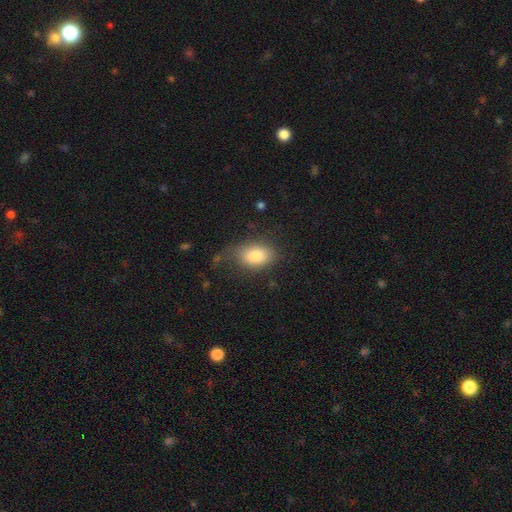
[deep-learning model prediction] The model was most divided on "merging": none: 68%, minor disturbance: 21%, major disturbance: 9%, merger: 2%. More confident: how rounded — in between (85%); smooth or featured — smooth (81%).